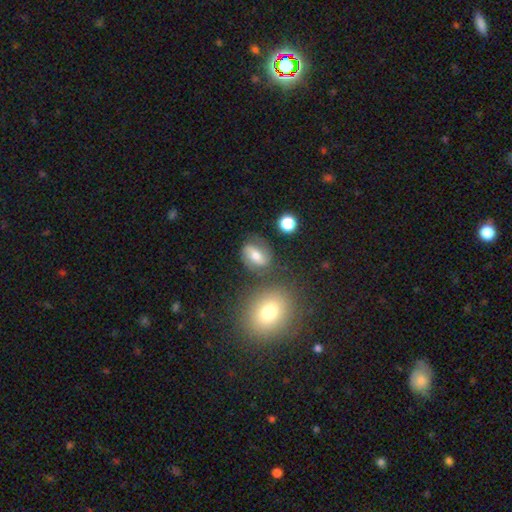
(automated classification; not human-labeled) Smooth or featured?
  - featured or disk: 48% *
  - smooth: 41%
  - star or artifact: 10%
Merging?
  - none: 69% *
  - minor disturbance: 17%
  - major disturbance: 7%
  - merger: 7%